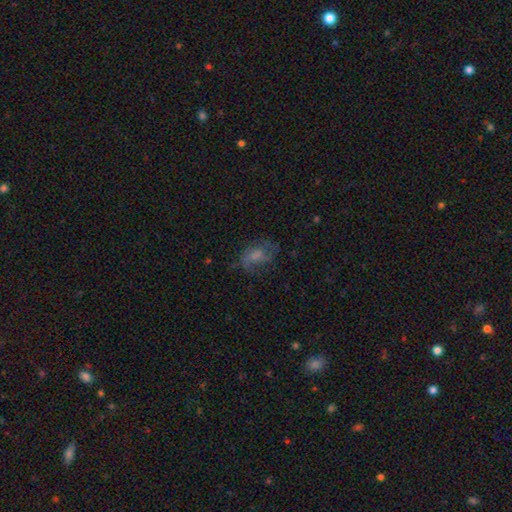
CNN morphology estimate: smooth_or_featured: featured or disk (p=0.47) [alt: smooth p=0.41]
merging: none (p=0.51) [alt: major disturbance p=0.23]